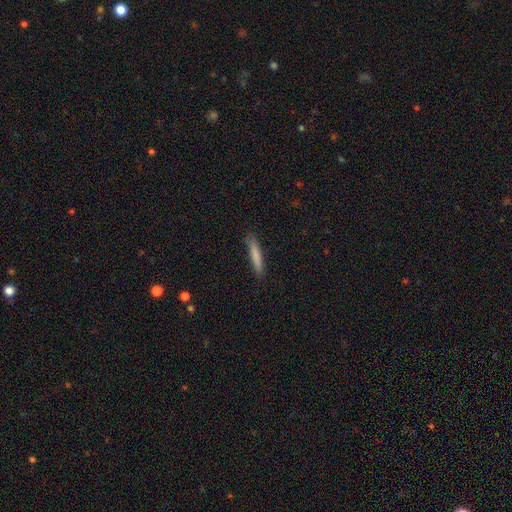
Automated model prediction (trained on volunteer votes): smooth-or-featured: smooth: 79% | featured or disk: 14% | star or artifact: 6%
  how-rounded: cigar-shaped: 93% | in between: 6% | round: 1%
  merging: none: 86% | minor disturbance: 11% | major disturbance: 2% | merger: 1%